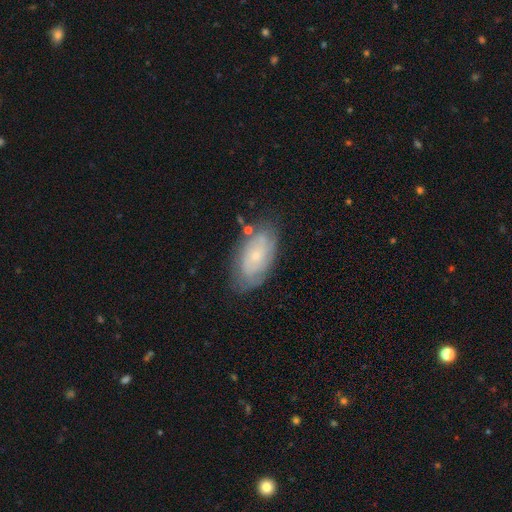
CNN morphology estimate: Smooth or featured?
  - featured or disk: 56% *
  - smooth: 36%
  - star or artifact: 8%
Edge-on disk?
  - no: 93% *
  - yes: 7%
Bar?
  - no: 77% *
  - weak: 19%
  - strong: 3%
Spiral arms?
  - yes: 76% *
  - no: 24%
Bulge size?
  - small: 76% *
  - moderate: 19%
  - none: 3%
  - large: 1%
  - dominant: 1%
Merging?
  - none: 74% *
  - minor disturbance: 19%
  - major disturbance: 5%
  - merger: 3%